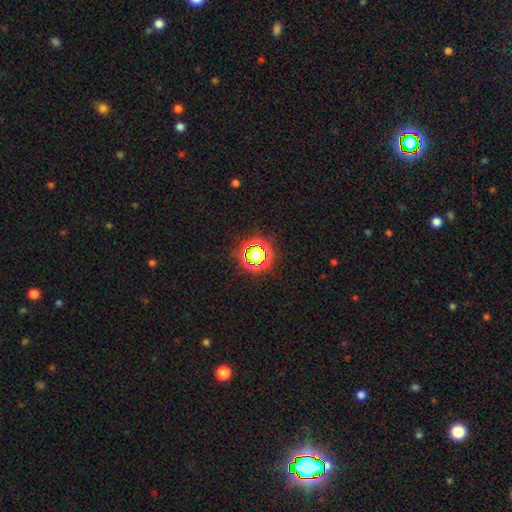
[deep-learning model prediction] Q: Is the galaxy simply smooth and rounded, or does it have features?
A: star or artifact — 55%.